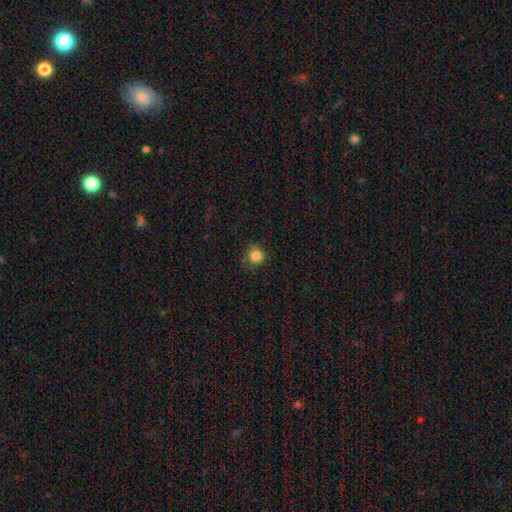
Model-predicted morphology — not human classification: A smooth galaxy with no disk features (84%) that is round (90%). Merging: none (73%).